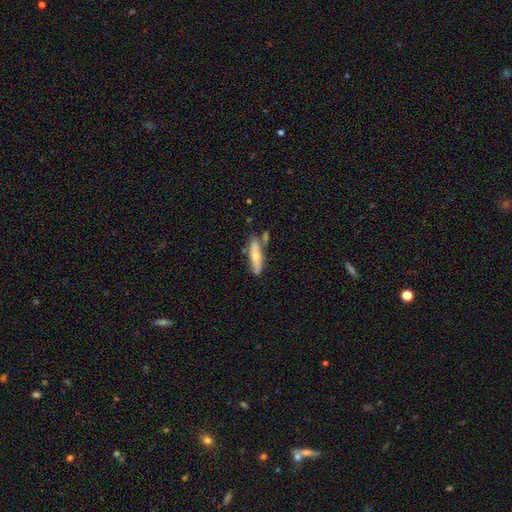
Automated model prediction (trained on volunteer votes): smooth 55%, featured or disk 39%, star or artifact 6%. Down the decision tree: how rounded — cigar-shaped (67%); merging — none (64%).